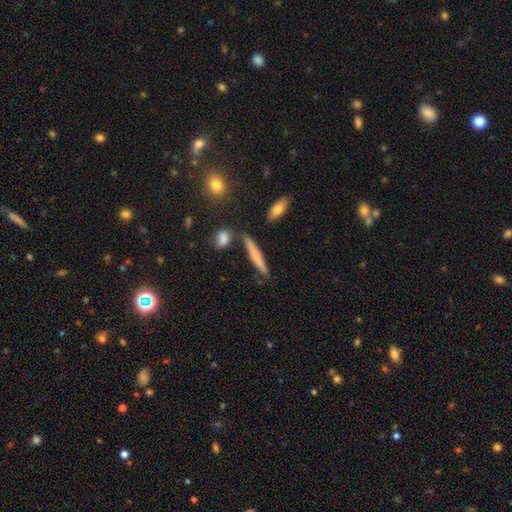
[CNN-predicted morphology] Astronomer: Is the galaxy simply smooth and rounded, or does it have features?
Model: smooth — 57% (runner-up: featured or disk, 35%).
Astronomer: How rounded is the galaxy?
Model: cigar-shaped — 88%.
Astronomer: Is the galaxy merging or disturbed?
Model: none — 73%.